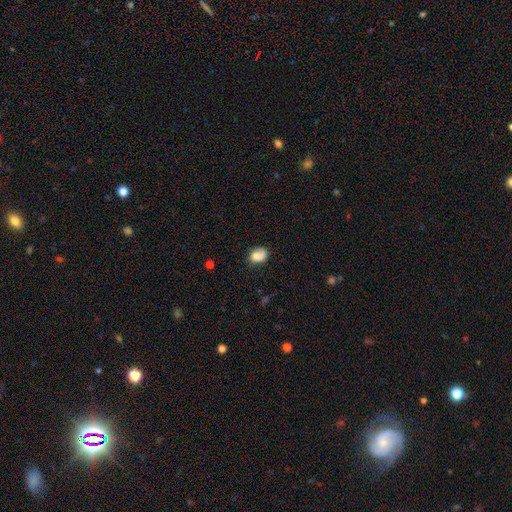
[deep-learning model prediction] Smooth or featured? Predicted: smooth (p=0.77). How rounded? Predicted: in between (p=0.64). Merging? Predicted: none (p=0.53).